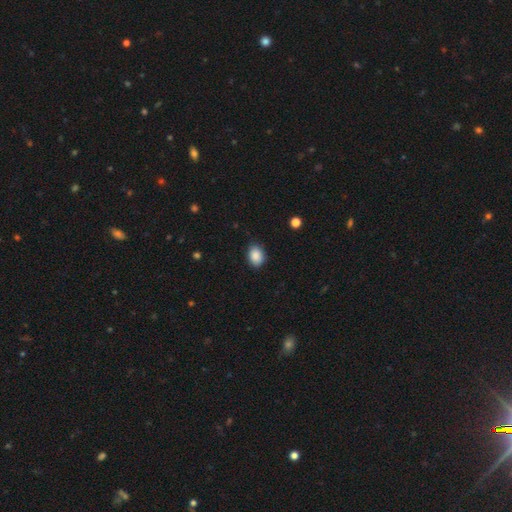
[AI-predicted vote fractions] The model was most divided on "how rounded": in between: 74%, round: 25%, cigar-shaped: 1%. More confident: smooth or featured — smooth (88%); merging — none (82%).